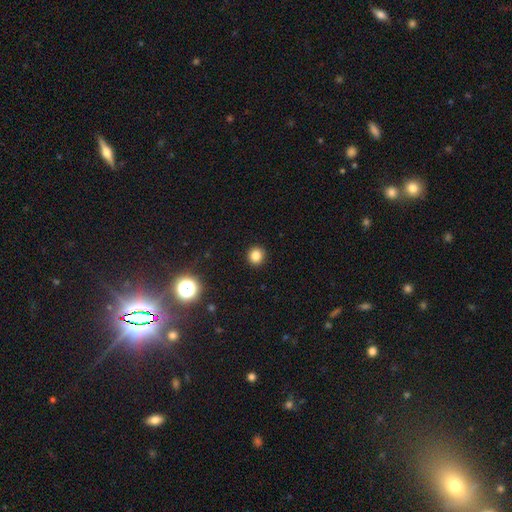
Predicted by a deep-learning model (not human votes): Smooth or featured? Predicted: smooth (p=0.83). How rounded? Predicted: round (p=0.89). Merging? Predicted: none (p=0.92).